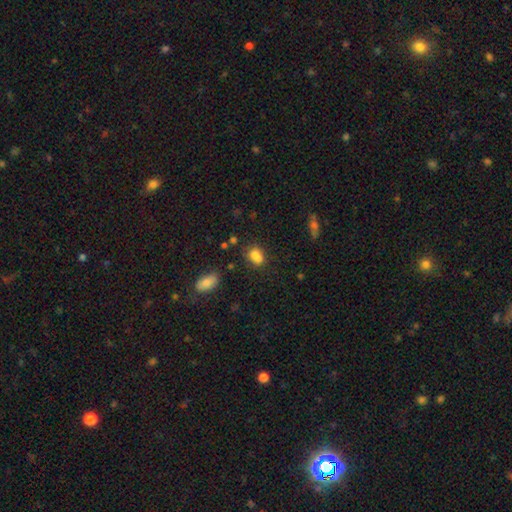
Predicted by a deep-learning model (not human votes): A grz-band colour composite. It shows a smooth galaxy with no disk features (78%) that is in between round and cigar-shaped (61%). Merging: none (45%).